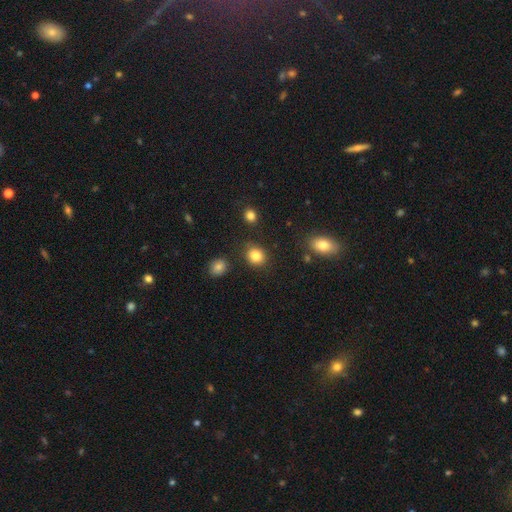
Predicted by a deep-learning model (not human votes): A smooth galaxy with no disk features (84%) that is round (73%). Merging: none (85%).